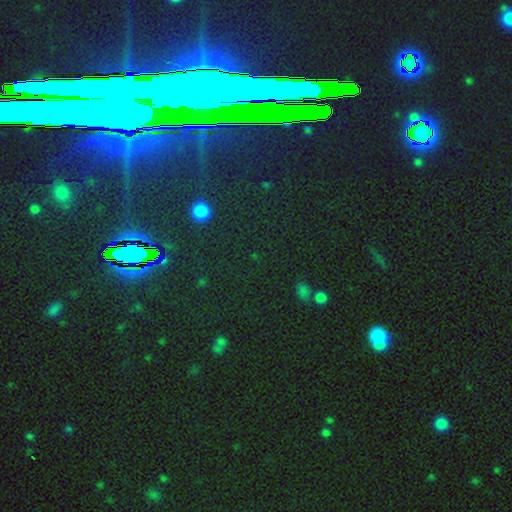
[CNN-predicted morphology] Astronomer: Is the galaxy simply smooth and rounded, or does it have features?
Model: star or artifact — 76%.